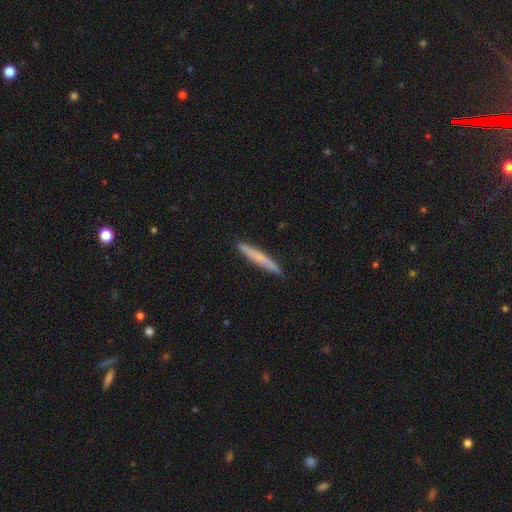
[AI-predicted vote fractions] Overall: smooth (60%; featured or disk 34%). How rounded: cigar-shaped (97%). Merging: none (91%).